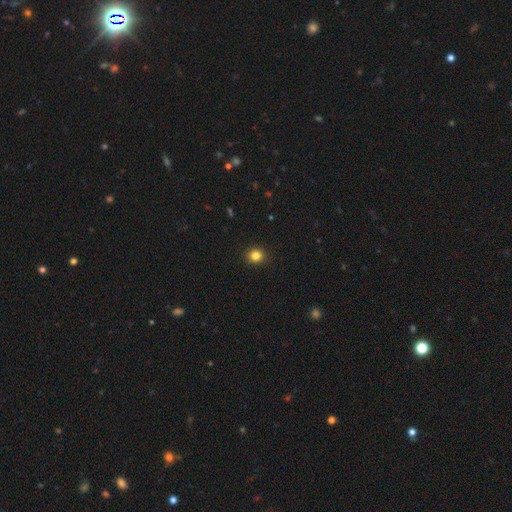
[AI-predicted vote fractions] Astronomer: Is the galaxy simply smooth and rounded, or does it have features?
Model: smooth — 83%.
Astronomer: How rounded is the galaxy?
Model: round — 84%.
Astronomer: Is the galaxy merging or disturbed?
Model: none — 92%.